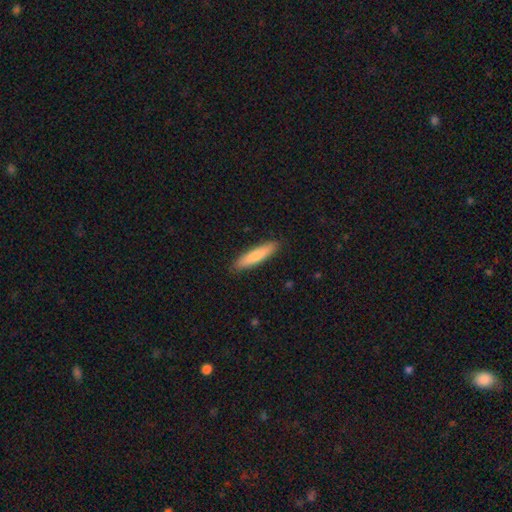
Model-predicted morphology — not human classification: type=smooth (80%); roundness=cigar-shaped (83%); merging=none (90%).